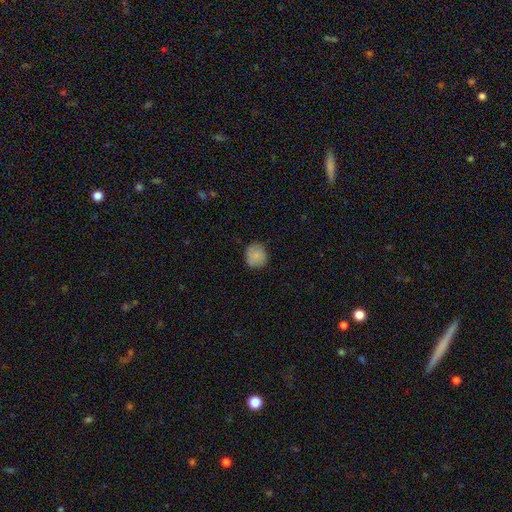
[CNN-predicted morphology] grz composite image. It shows a smooth galaxy with no disk features (83%) that is round (88%). Merging: none (81%).